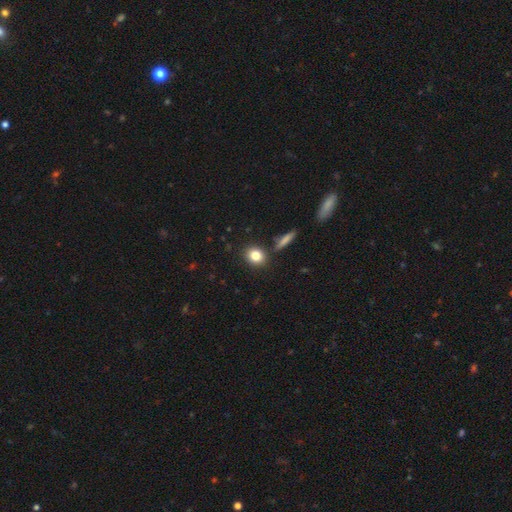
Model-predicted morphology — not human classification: Smooth or featured? smooth (83%)
How rounded? round (61%)
Merging? none (84%)